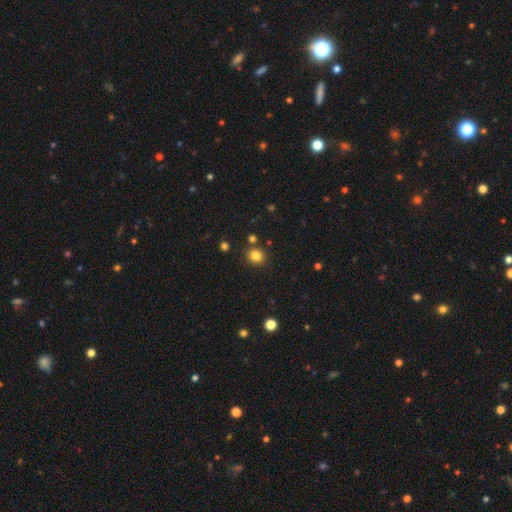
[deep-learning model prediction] smooth 82%, star or artifact 13%, featured or disk 5%. Down the decision tree: how rounded — round (83%); merging — none (84%).